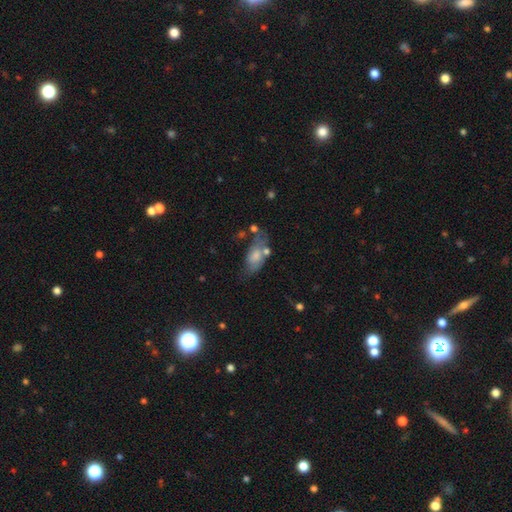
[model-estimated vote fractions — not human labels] smooth-or-featured: smooth: 62% | featured or disk: 30% | star or artifact: 8%
  how-rounded: in between: 90% | cigar-shaped: 5% | round: 5%
  merging: none: 33% | minor disturbance: 28% | major disturbance: 21% | merger: 17%